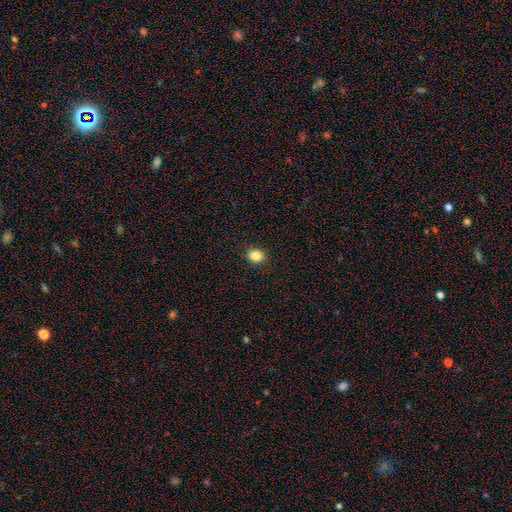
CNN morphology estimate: smooth 85%, star or artifact 11%, featured or disk 4%. Down the decision tree: how rounded — round (61%); merging — none (90%).